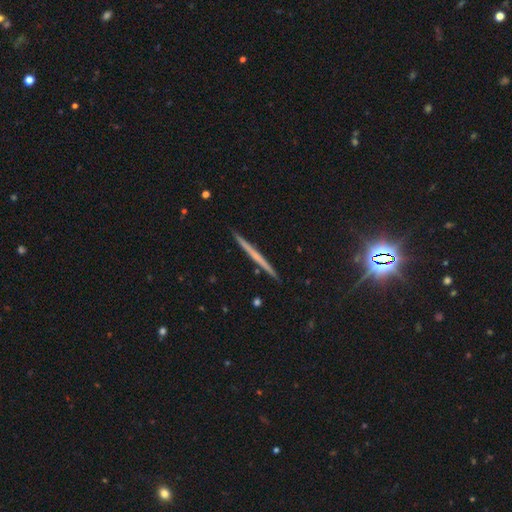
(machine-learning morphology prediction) Smooth or featured?
  - featured or disk: 57% *
  - smooth: 34%
  - star or artifact: 9%
Edge-on disk?
  - yes: 98% *
  - no: 2%
Edge-on bulge?
  - none: 84% *
  - rounded: 12%
  - boxy: 4%
Merging?
  - none: 92% *
  - minor disturbance: 5%
  - major disturbance: 1%
  - merger: 1%